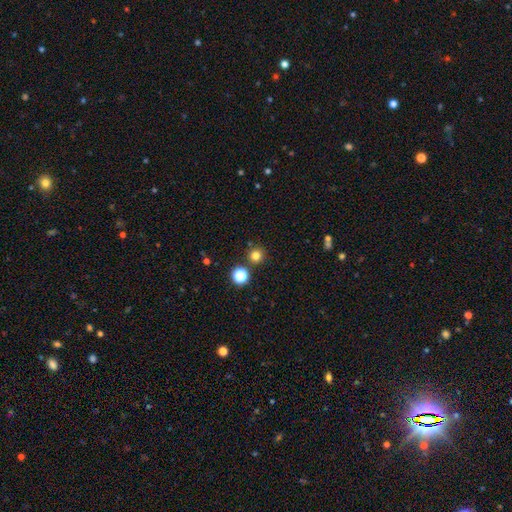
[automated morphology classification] A smooth galaxy with no disk features (78%) that is round (95%). Merging: none (86%).